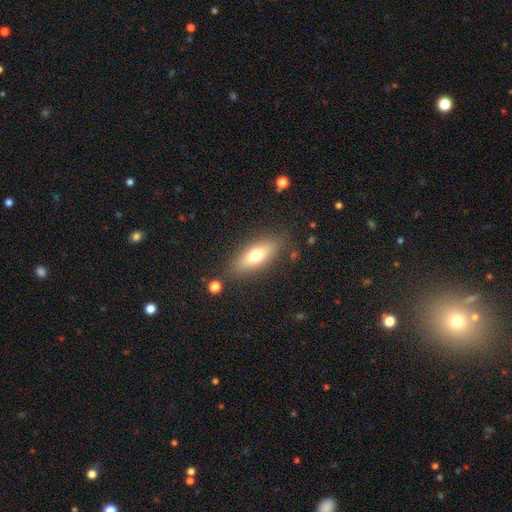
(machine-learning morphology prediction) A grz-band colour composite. It shows a smooth galaxy with no disk features (67%) that is in between round and cigar-shaped (66%). Merging: none (82%).